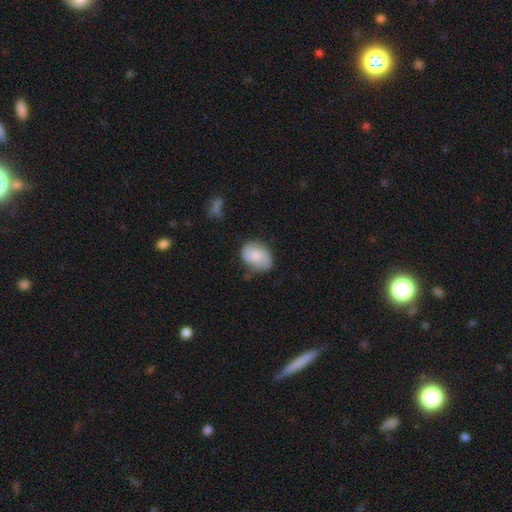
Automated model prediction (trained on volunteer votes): smooth 58%, featured or disk 35%, star or artifact 7%. Down the decision tree: how rounded — in between (62%); merging — none (63%).